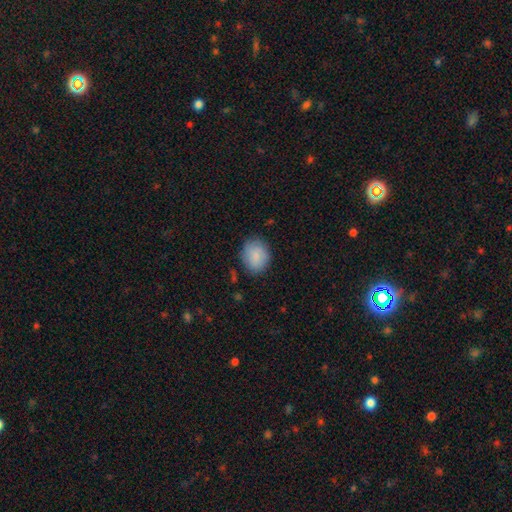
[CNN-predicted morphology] Q: Smooth or featured?
A: smooth (87%); runner-up: featured or disk (7%)
Q: How rounded?
A: in between (51%); runner-up: round (48%)
Q: Merging?
A: none (81%); runner-up: minor disturbance (14%)